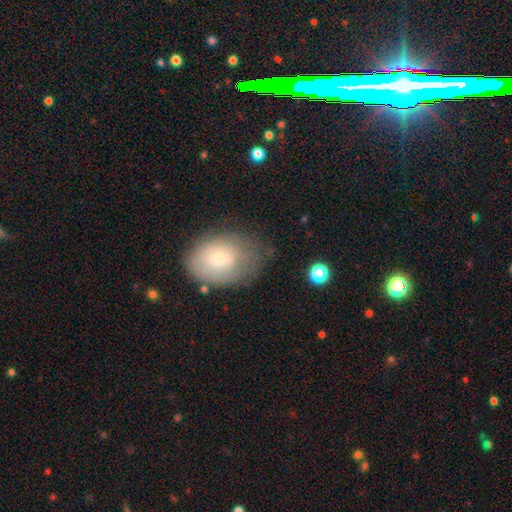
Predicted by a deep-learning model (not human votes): This is possibly a smooth galaxy (46%). Merging: likely none (74%).